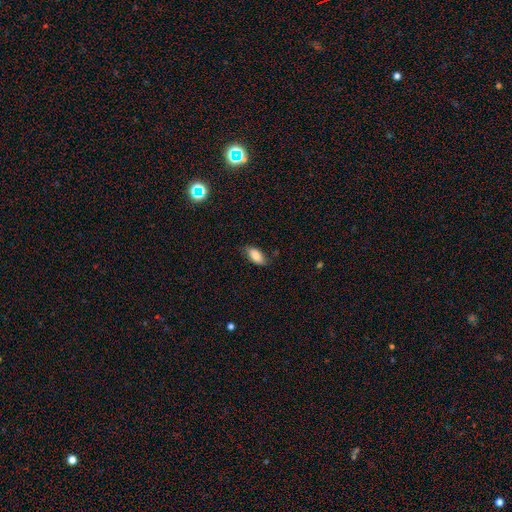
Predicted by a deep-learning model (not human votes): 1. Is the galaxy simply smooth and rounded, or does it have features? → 83% smooth, 10% featured or disk, 7% star or artifact.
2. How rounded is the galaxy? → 91% in between, 6% cigar-shaped, 3% round.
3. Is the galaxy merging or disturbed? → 75% none, 20% minor disturbance, 4% major disturbance, 1% merger.